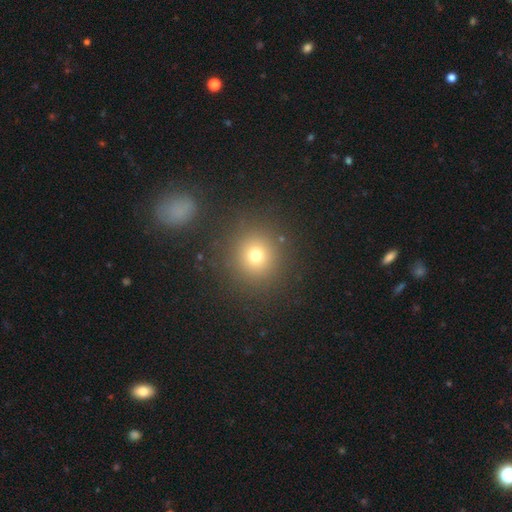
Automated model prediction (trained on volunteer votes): Morphology: type=smooth (73%); roundness=round (91%); merging=none (86%).